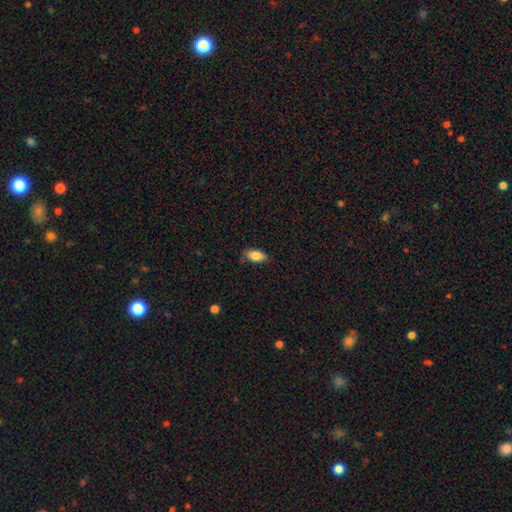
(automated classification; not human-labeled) A smooth galaxy with no disk features (85%) that is in between round and cigar-shaped (90%). Merging: none (81%).